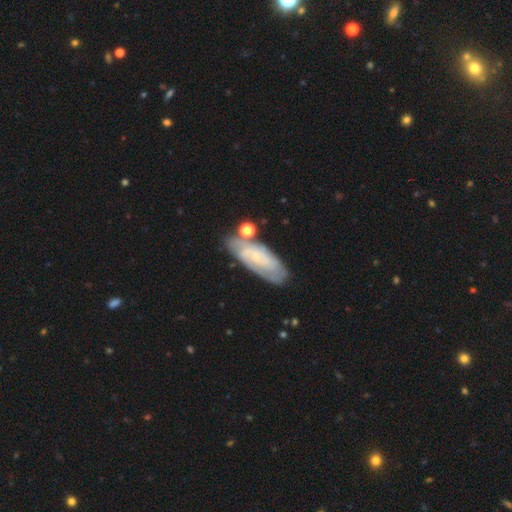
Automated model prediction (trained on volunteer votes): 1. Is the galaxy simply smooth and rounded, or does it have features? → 63% featured or disk, 29% smooth, 8% star or artifact.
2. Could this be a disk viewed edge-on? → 88% no, 12% yes.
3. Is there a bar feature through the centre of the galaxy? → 68% no, 26% weak, 6% strong.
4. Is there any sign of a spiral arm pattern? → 83% yes, 17% no.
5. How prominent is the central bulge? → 75% small, 11% none, 11% moderate, 1% large, 1% dominant.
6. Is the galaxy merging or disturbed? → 65% none, 18% minor disturbance, 10% merger, 6% major disturbance.